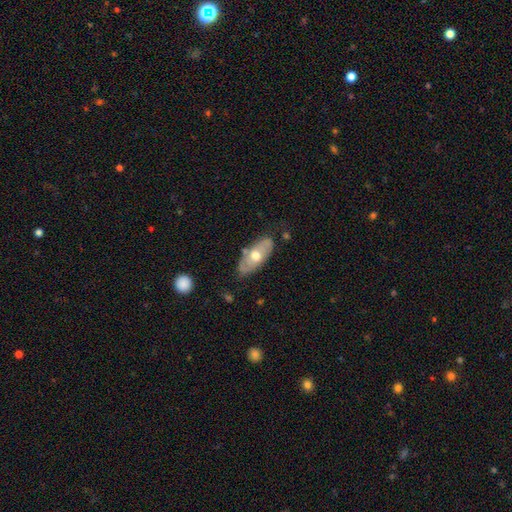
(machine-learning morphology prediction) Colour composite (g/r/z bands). It shows a smooth galaxy with no disk features (48%). Merging: none (76%).